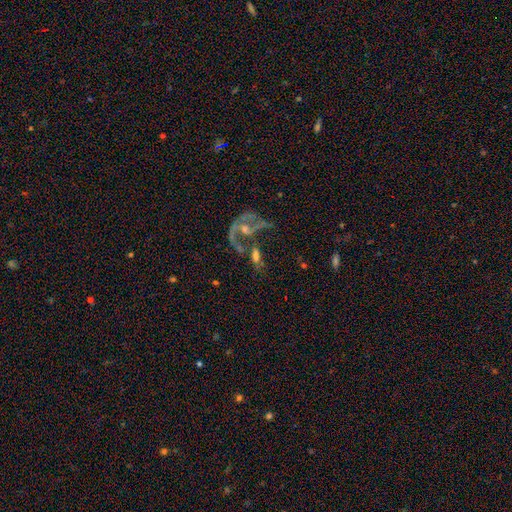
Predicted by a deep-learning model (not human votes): featured or disk 57%, smooth 31%, star or artifact 12%. Down the decision tree: edge-on disk — no (92%); bar — no (66%); spiral arms — yes (56%); bulge size — moderate (40%); merging — merger (44%).